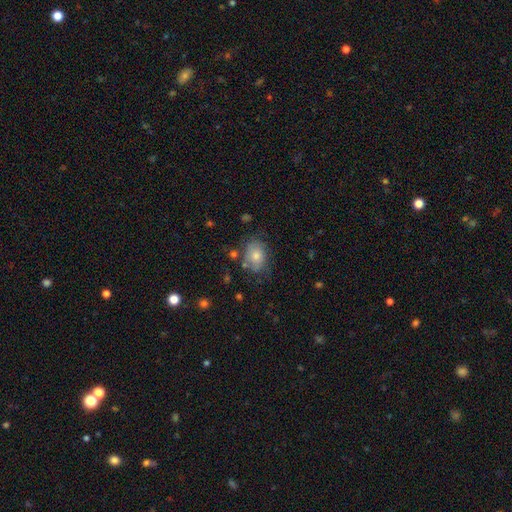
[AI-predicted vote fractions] smooth-or-featured: smooth: 56% | featured or disk: 32% | star or artifact: 13%
  how-rounded: in between: 69% | round: 30% | cigar-shaped: 1%
  merging: none: 65% | minor disturbance: 23% | major disturbance: 9% | merger: 4%